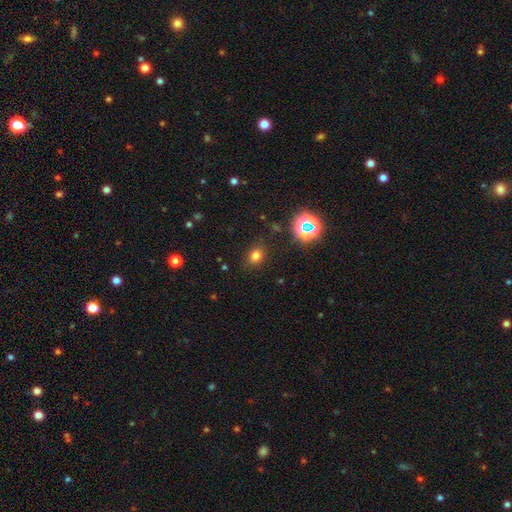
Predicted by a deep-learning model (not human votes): Overall: smooth (74%). How rounded: round (50%; in between 48%). Merging: none (85%).